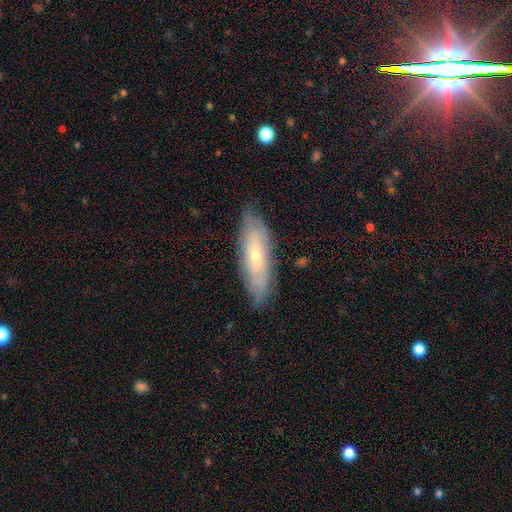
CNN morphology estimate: A featured or disk galaxy (55%).

Vote fractions:
- Smooth or featured? featured or disk: 55% / smooth: 38% / star or artifact: 7%
- Edge-on disk? no: 72% / yes: 28%
- Merging? none: 78% / minor disturbance: 17% / major disturbance: 4% / merger: 1%